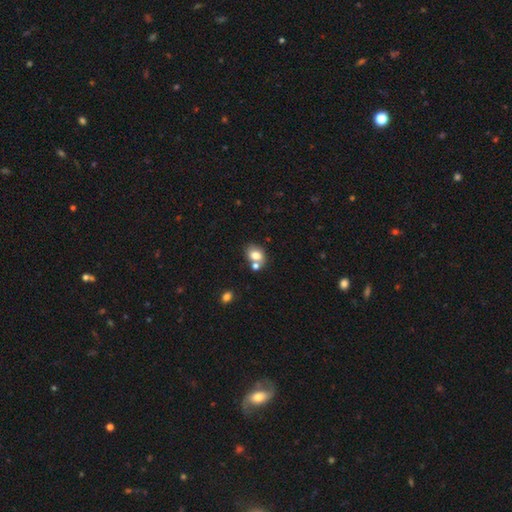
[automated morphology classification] The model was most divided on "merging": none: 50%, merger: 34%, minor disturbance: 12%, major disturbance: 4%. More confident: smooth or featured — smooth (78%); how rounded — in between (63%).